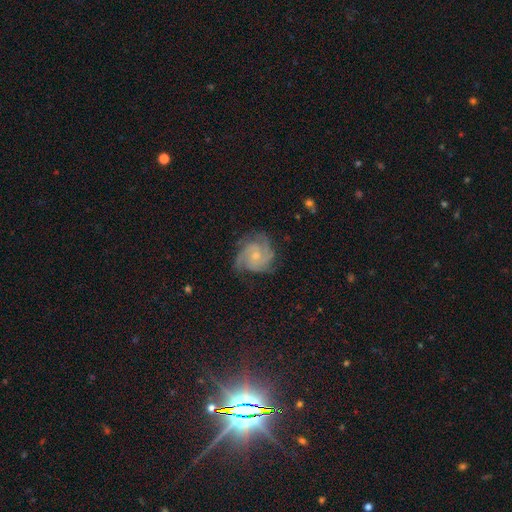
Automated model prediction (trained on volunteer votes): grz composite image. It shows a featured or disk galaxy (88%) with no bar (73%), 3 (54%) tight (57%) spiral arms (98%) and a small central bulge (64%). Merging: none (72%).